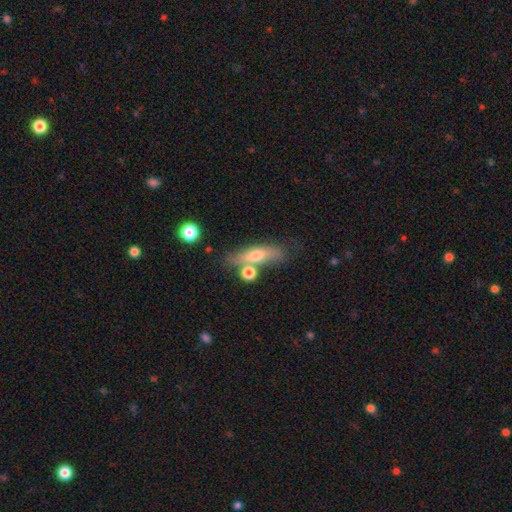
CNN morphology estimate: Smooth or featured? Predicted: smooth (p=0.57). How rounded? Predicted: cigar-shaped (p=0.56). Merging? Predicted: none (p=0.59).